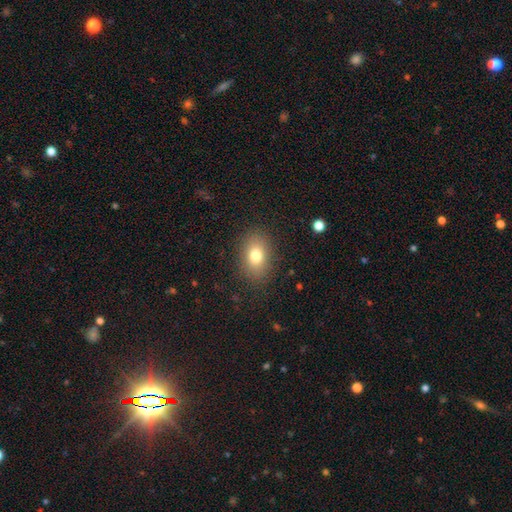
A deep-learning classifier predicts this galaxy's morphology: A smooth galaxy with no disk features (78%) that is in between round and cigar-shaped (78%). Merging: none (86%).